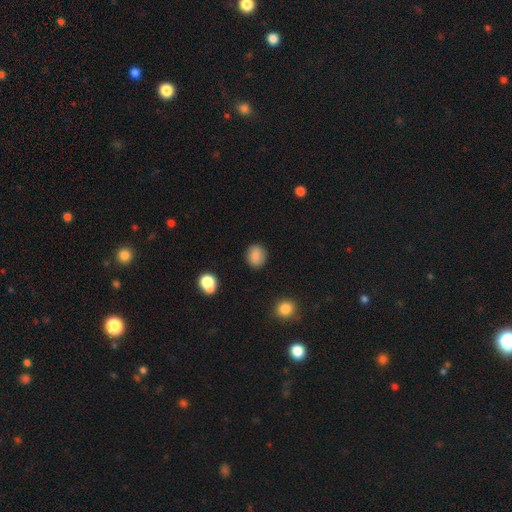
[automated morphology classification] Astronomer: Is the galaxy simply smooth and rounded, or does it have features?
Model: smooth — 86%.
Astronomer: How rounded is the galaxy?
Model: round — 71%.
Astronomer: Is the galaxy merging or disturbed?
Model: none — 88%.